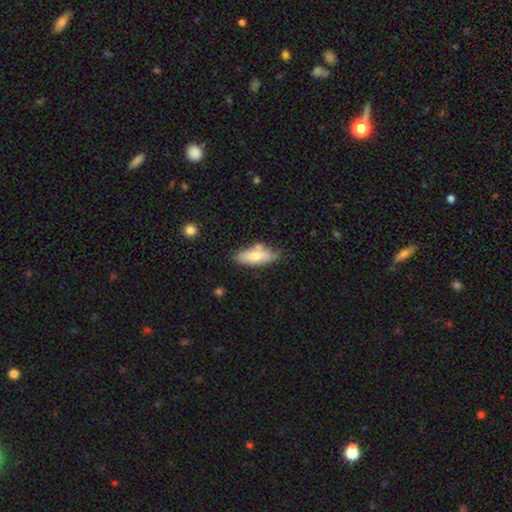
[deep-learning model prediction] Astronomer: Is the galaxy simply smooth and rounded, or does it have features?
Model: smooth — 67%.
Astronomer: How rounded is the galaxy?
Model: in between — 71%.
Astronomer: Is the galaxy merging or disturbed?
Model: none — 59%.